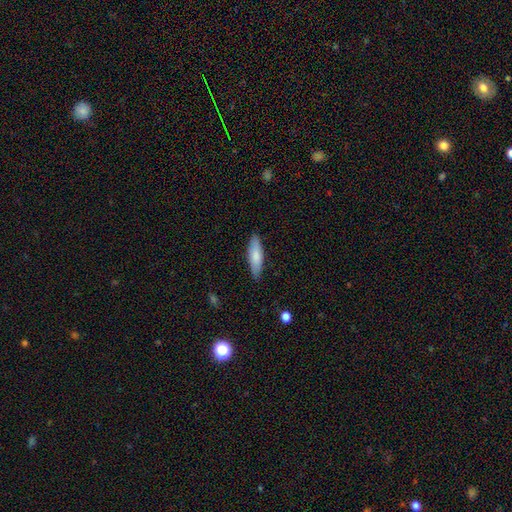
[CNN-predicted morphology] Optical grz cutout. It shows a smooth galaxy with no disk features (79%) that is cigar-shaped (56%). Merging: none (85%).